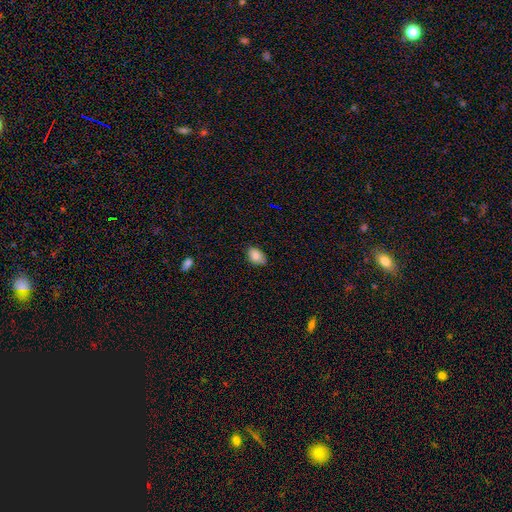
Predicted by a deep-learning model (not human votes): Smooth or featured? Predicted: smooth (p=0.84). How rounded? Predicted: in between (p=0.86). Merging? Predicted: none (p=0.77).